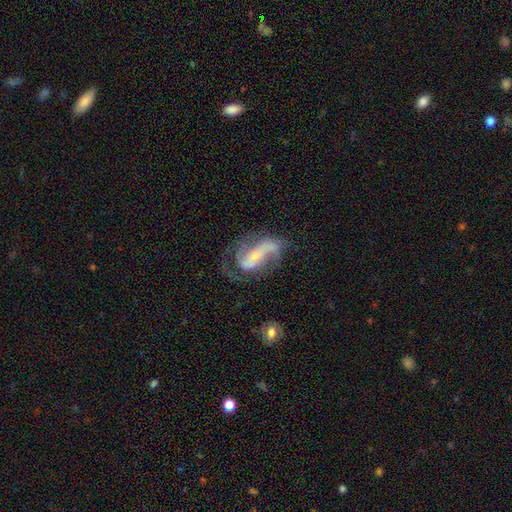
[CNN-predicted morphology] Smooth or featured? Predicted: featured or disk (p=0.83). Edge-on disk? Predicted: no (p=0.95). Bar? Predicted: strong (p=0.39). Spiral arms? Predicted: yes (p=0.92). Spiral winding? Predicted: medium (p=0.43). Spiral arm count? Predicted: 2 (p=0.70). Bulge size? Predicted: small (p=0.66). Merging? Predicted: none (p=0.48).